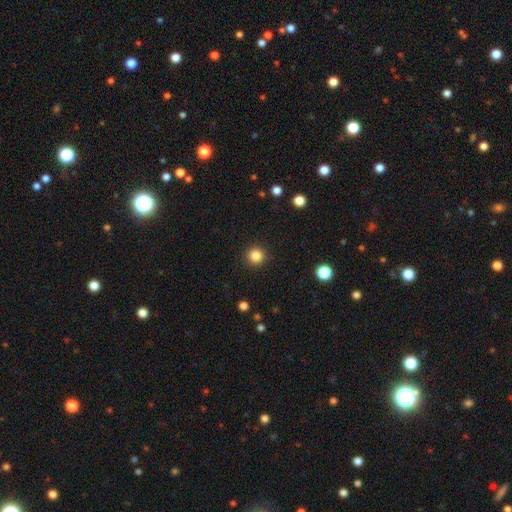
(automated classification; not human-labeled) The model was most divided on "smooth or featured": smooth: 84%, star or artifact: 12%, featured or disk: 4%. More confident: how rounded — round (95%); merging — none (92%).